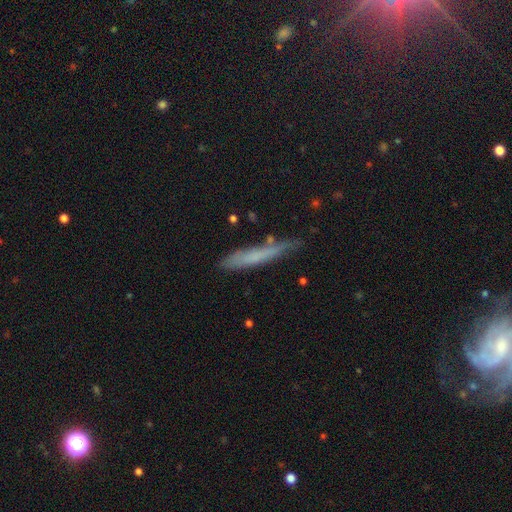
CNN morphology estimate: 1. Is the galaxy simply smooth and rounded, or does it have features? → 60% smooth, 31% featured or disk, 9% star or artifact.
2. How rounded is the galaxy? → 93% cigar-shaped, 6% in between, 1% round.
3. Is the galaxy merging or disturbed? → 68% none, 23% minor disturbance, 5% major disturbance, 3% merger.